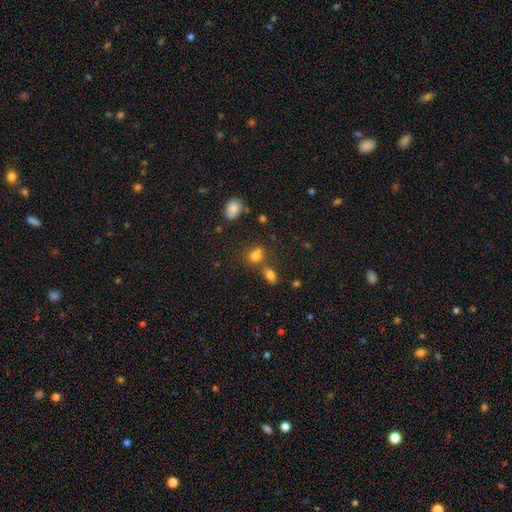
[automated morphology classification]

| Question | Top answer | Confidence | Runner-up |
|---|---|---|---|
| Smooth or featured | smooth | 75% | star or artifact (16%) |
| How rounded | in between | 52% | round (46%) |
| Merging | none | 47% | merger (34%) |